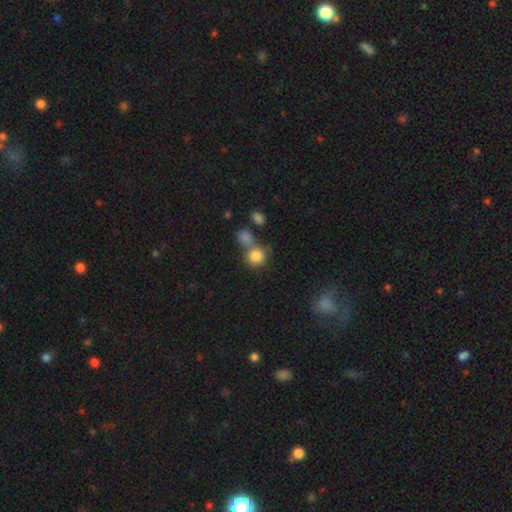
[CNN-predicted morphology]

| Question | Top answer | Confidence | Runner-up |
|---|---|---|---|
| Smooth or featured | smooth | 83% | star or artifact (10%) |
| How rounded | round | 84% | in between (15%) |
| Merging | none | 47% | merger (37%) |